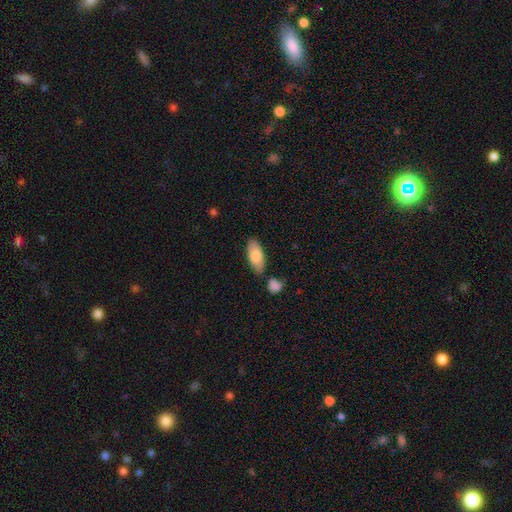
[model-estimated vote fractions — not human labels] Smooth or featured?
  - smooth: 78% *
  - featured or disk: 16%
  - star or artifact: 5%
How rounded?
  - in between: 84% *
  - cigar-shaped: 14%
  - round: 2%
Merging?
  - none: 76% *
  - minor disturbance: 13%
  - merger: 8%
  - major disturbance: 3%